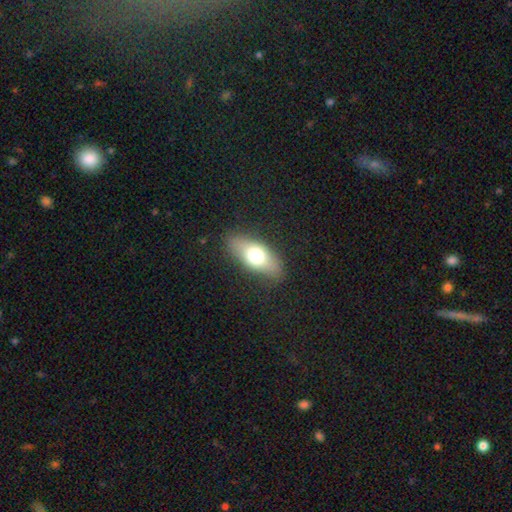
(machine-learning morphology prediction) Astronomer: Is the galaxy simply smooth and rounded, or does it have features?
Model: smooth — 67%.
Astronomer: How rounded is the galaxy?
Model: in between — 81%.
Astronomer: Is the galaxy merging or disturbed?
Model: none — 81%.